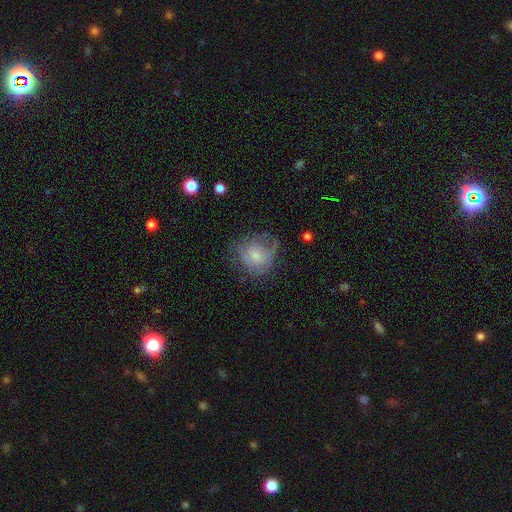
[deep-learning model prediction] Morphology: type=smooth (51%); roundness=round (75%); merging=none (44%).